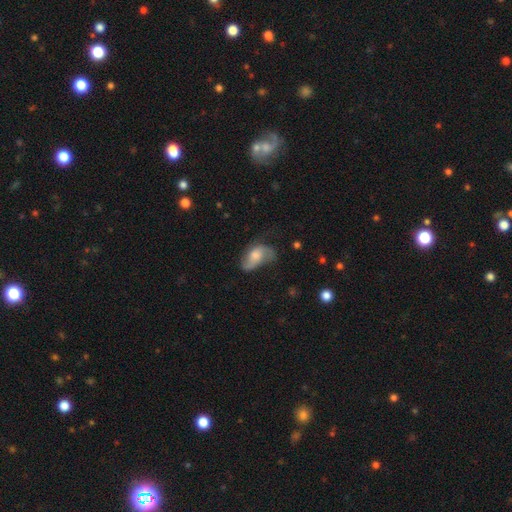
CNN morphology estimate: Smooth or featured?
  - featured or disk: 48% *
  - smooth: 44%
  - star or artifact: 8%
Merging?
  - none: 41% *
  - minor disturbance: 30%
  - major disturbance: 26%
  - merger: 3%